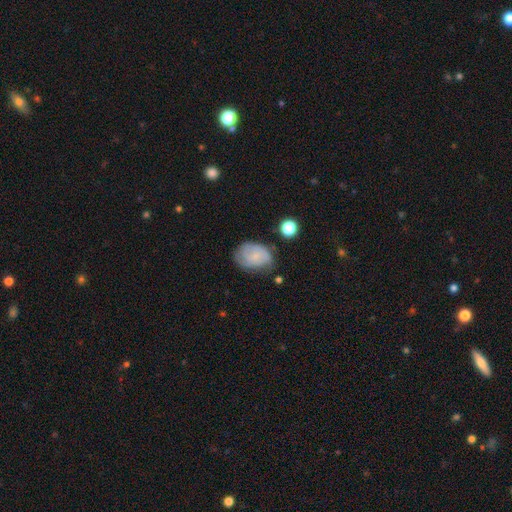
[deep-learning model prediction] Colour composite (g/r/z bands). It shows a featured or disk galaxy (53%) with no bar (74%), spiral arms (84%) and a small central bulge (60%). Merging: none (59%).